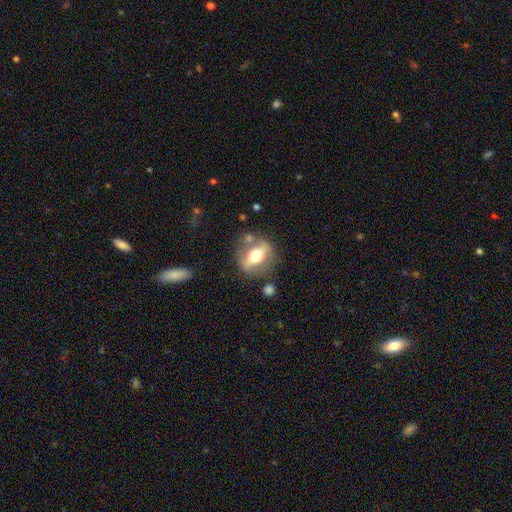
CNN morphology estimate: smooth_or_featured: featured or disk (p=0.57) [alt: smooth p=0.36]
disk_edge_on: no (p=0.61) [alt: yes p=0.39]
merging: none (p=0.72) [alt: minor disturbance p=0.15]